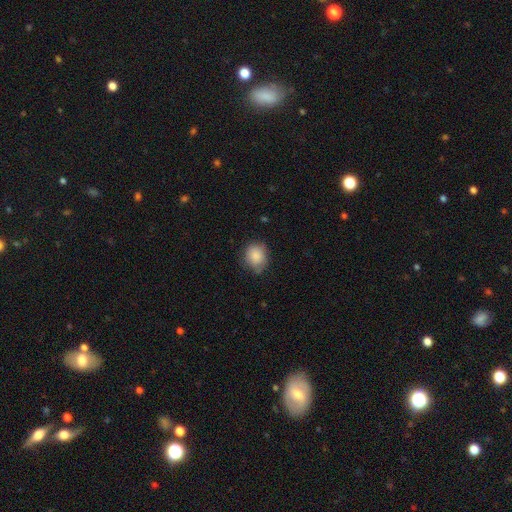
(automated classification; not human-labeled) Smooth or featured? Predicted: smooth (p=0.86). How rounded? Predicted: round (p=0.71). Merging? Predicted: none (p=0.69).